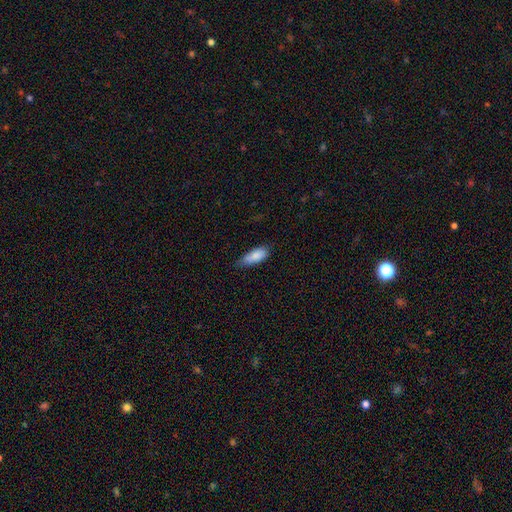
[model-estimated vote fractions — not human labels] smooth_or_featured: smooth (p=0.85) [alt: featured or disk p=0.09]
how_rounded: in between (p=0.71) [alt: cigar-shaped p=0.27]
merging: none (p=0.58) [alt: minor disturbance p=0.34]